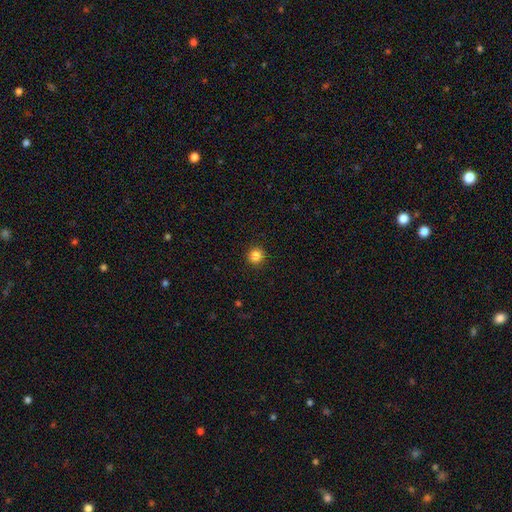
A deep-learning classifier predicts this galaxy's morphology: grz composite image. It shows a smooth galaxy with no disk features (85%) that is round (93%). Merging: none (92%).